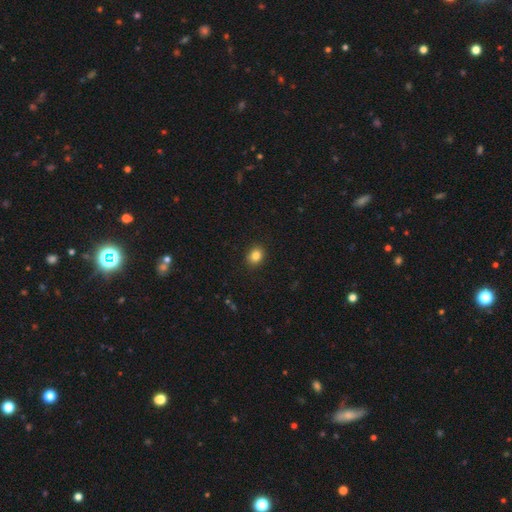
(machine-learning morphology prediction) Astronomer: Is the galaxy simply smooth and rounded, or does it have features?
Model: smooth — 84%.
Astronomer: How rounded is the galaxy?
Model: round — 50% (runner-up: in between, 49%).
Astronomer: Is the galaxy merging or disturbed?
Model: none — 89%.